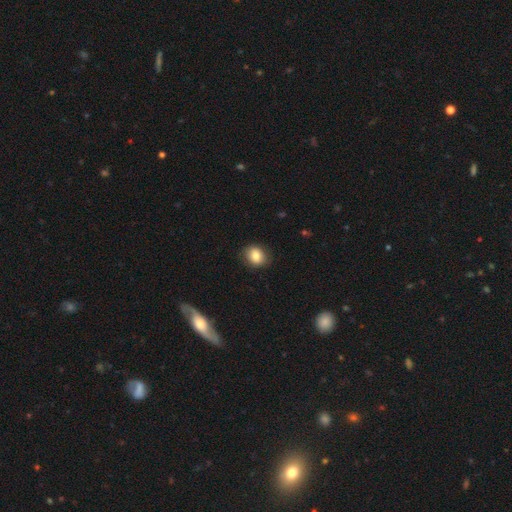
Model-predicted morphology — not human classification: Overall: smooth (81%). How rounded: round (60%; in between 39%). Merging: none (85%).